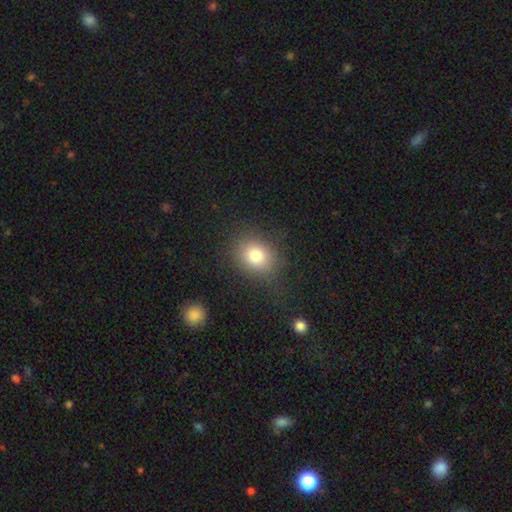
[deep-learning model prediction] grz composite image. It shows a smooth galaxy with no disk features (79%) that is round (54%). Merging: none (82%).